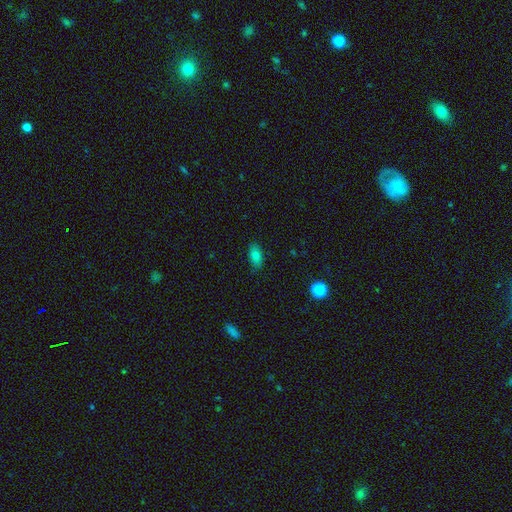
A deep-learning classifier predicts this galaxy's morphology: Smooth or featured? Predicted: smooth (p=0.77). How rounded? Predicted: in between (p=0.87). Merging? Predicted: none (p=0.81).